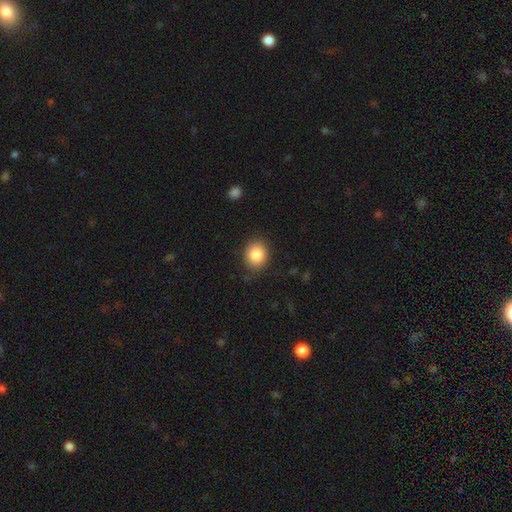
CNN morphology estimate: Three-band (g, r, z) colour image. It shows a smooth galaxy with no disk features (87%) that is round (64%). Merging: none (86%).